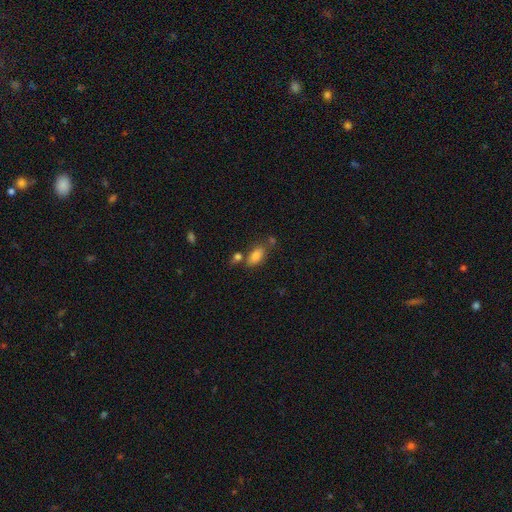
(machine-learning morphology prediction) smooth 83%, star or artifact 9%, featured or disk 8%. Down the decision tree: how rounded — in between (88%); merging — none (62%).